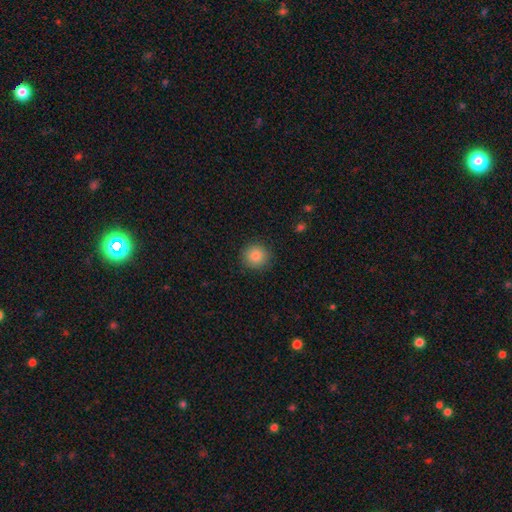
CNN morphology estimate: Q: Smooth or featured?
A: smooth (86%); runner-up: star or artifact (10%)
Q: How rounded?
A: round (92%); runner-up: in between (7%)
Q: Merging?
A: none (90%); runner-up: minor disturbance (7%)